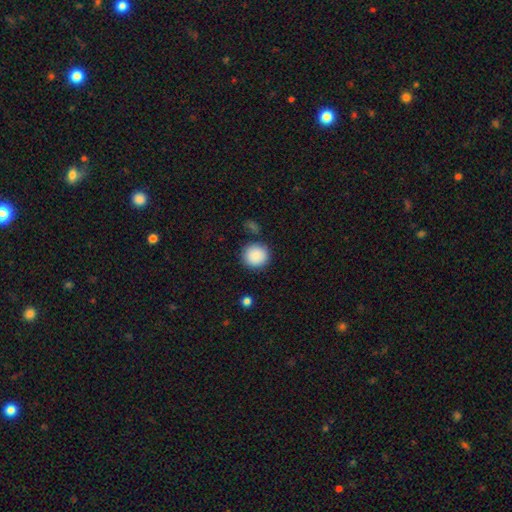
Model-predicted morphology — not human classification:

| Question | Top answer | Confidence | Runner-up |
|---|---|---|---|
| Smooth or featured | smooth | 89% | star or artifact (8%) |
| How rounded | round | 91% | in between (8%) |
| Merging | none | 83% | minor disturbance (9%) |